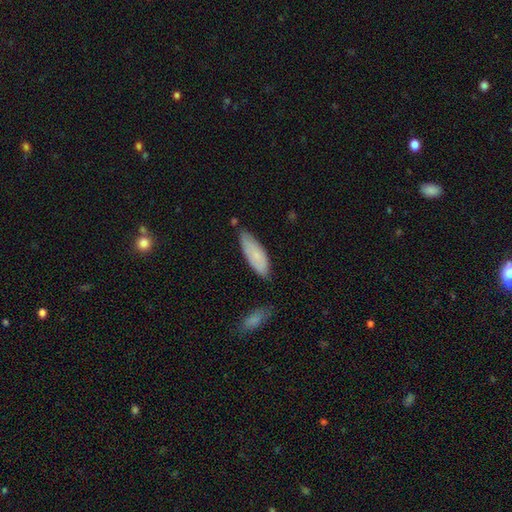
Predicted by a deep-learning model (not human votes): Smooth or featured?
  - smooth: 78% *
  - featured or disk: 16%
  - star or artifact: 6%
How rounded?
  - in between: 66% *
  - cigar-shaped: 32%
  - round: 2%
Merging?
  - none: 64% *
  - minor disturbance: 27%
  - merger: 5%
  - major disturbance: 4%